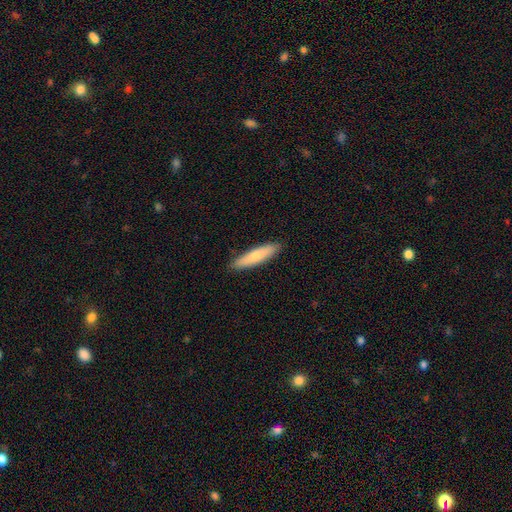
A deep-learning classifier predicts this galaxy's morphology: This appears to be a smooth galaxy with no disk features (74%) that is cigar-shaped (82%). Merging: none (90%).